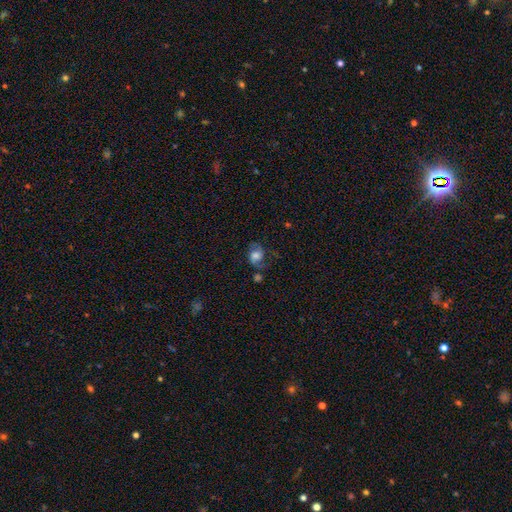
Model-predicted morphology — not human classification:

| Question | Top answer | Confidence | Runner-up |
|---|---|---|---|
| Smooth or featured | featured or disk | 53% | smooth (37%) |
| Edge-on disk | no | 97% | yes (3%) |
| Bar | no | 62% | weak (31%) |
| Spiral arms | yes | 86% | no (14%) |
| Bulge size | large | 41% | moderate (34%) |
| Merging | none | 56% | minor disturbance (22%) |